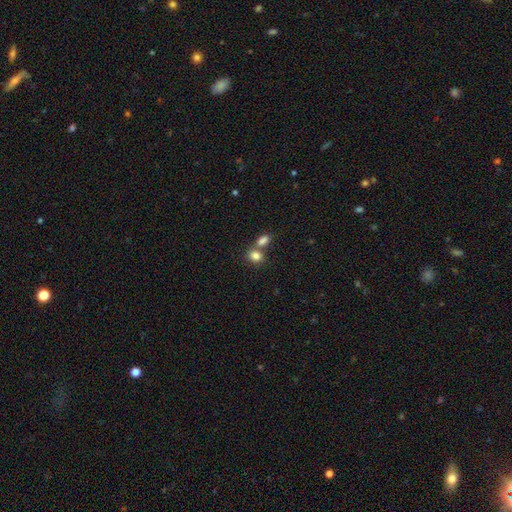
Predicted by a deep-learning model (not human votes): Smooth or featured: smooth — 83% (star or artifact — 10%)
How rounded: in between — 56% (round — 42%)
Merging: none — 45% (merger — 43%)